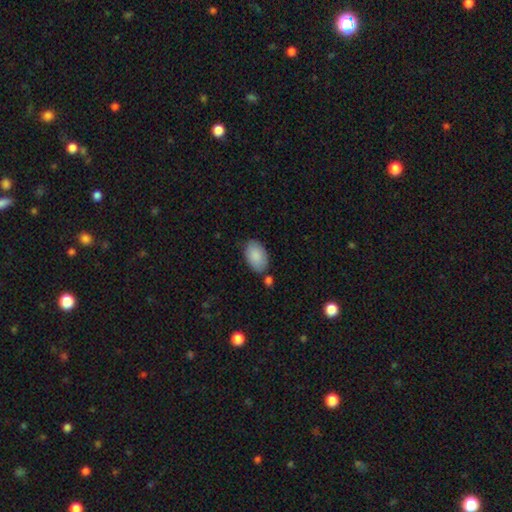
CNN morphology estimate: Q: Smooth or featured?
A: smooth (88%); runner-up: star or artifact (6%)
Q: How rounded?
A: in between (93%); runner-up: round (6%)
Q: Merging?
A: none (76%); runner-up: minor disturbance (15%)